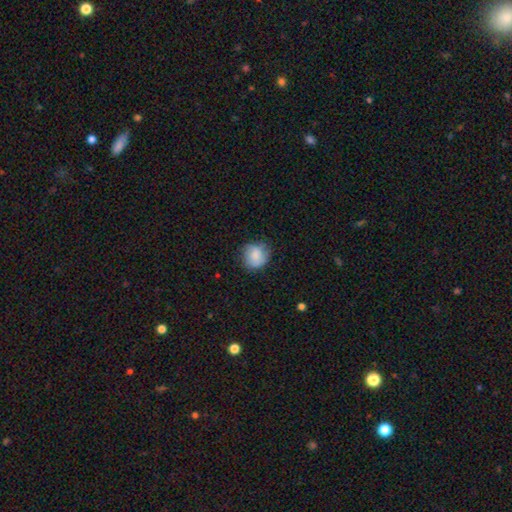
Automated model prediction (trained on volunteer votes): The model was most divided on "merging": none: 70%, minor disturbance: 23%, major disturbance: 6%, merger: 1%. More confident: how rounded — round (81%); smooth or featured — smooth (80%).